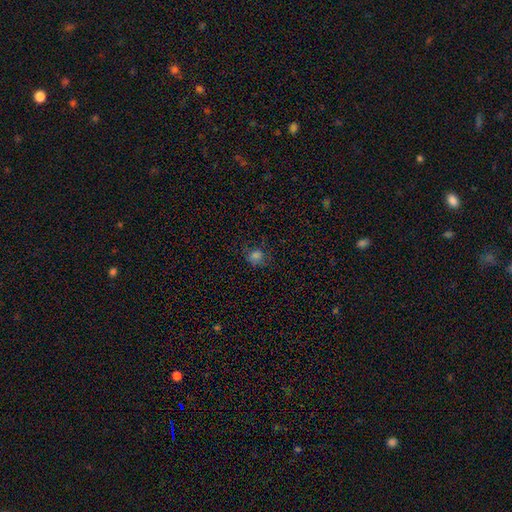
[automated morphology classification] This appears to be a smooth galaxy with no disk features (72%) that is round (77%). Merging: none (72%).